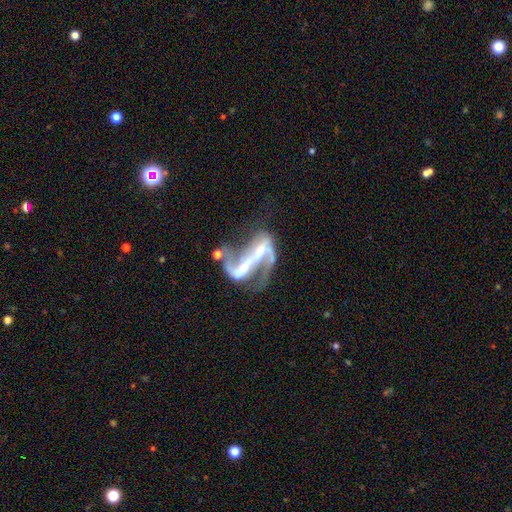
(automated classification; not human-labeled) This appears to be a featured or disk galaxy (87%) with a strong bar (59%), 2 (83%) loose (64%) spiral arms (87%) and a small central bulge (50%). Merging: none (33%).